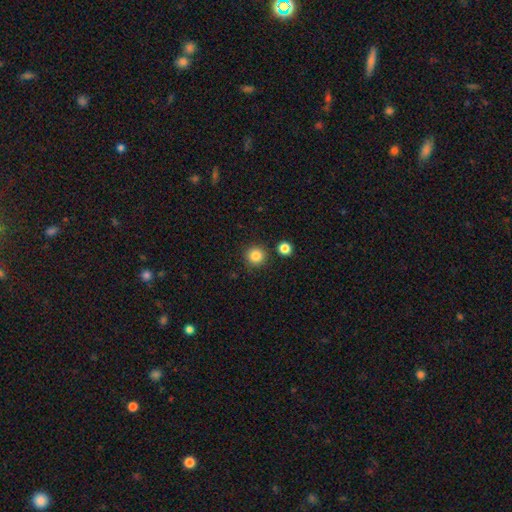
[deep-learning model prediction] Smooth or featured? smooth (85%)
How rounded? round (95%)
Merging? none (87%)